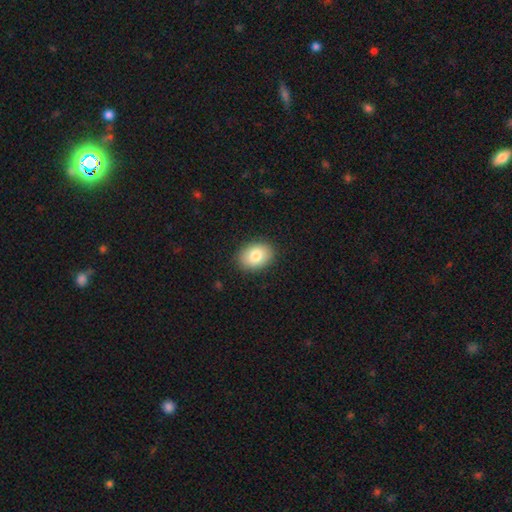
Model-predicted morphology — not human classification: A smooth galaxy with no disk features (83%) that is in between round and cigar-shaped (75%).

Vote fractions:
- Smooth or featured? smooth: 83% / featured or disk: 10% / star or artifact: 7%
- How rounded? in between: 75% / round: 24% / cigar-shaped: 1%
- Merging? none: 89% / minor disturbance: 8% / major disturbance: 2% / merger: 1%